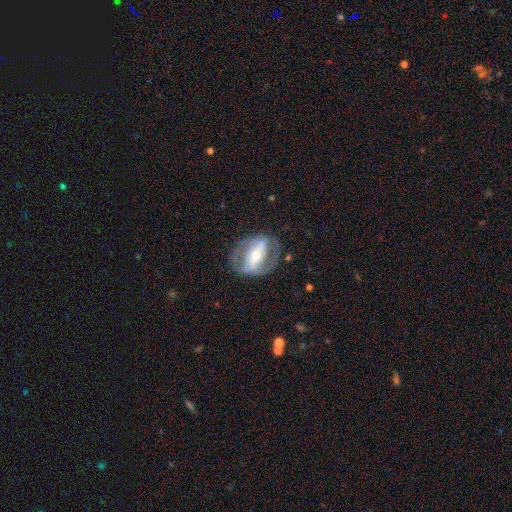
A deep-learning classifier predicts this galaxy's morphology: This appears to be a featured or disk galaxy (79%) with a strong bar (56%), 2 (82%) medium (45%) spiral arms (71%) and a moderate central bulge (51%). Merging: none (71%).